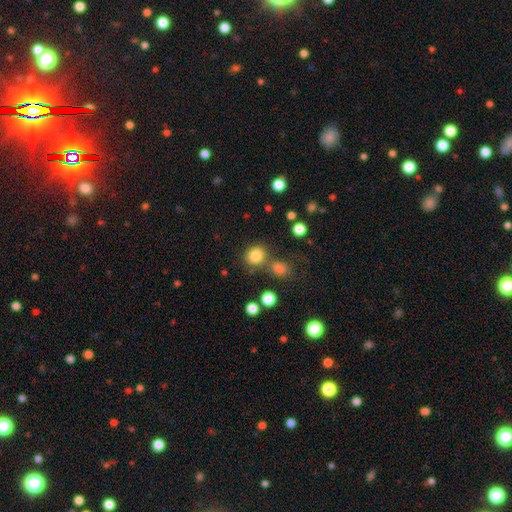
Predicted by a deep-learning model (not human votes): This is clearly a smooth galaxy (82%). How rounded: likely round (79%). Merging: likely none (69%).